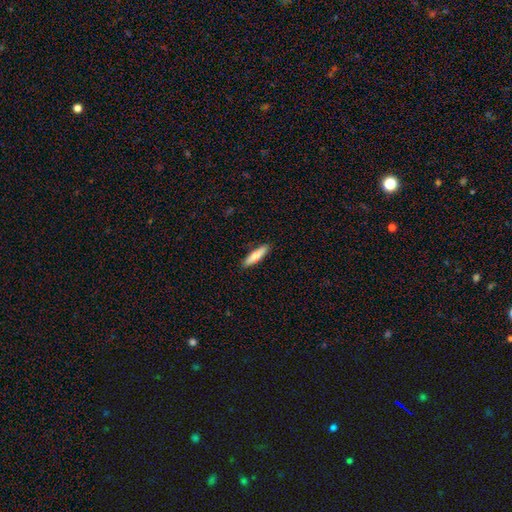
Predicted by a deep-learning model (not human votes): This is likely a smooth galaxy (69%). How rounded: likely cigar-shaped (75%). Merging: clearly none (90%).